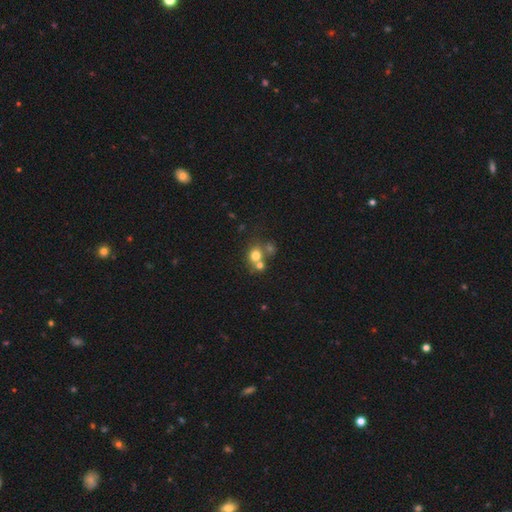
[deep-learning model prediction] smooth_or_featured: smooth (p=0.71) [alt: star or artifact p=0.15]
how_rounded: round (p=0.79) [alt: in between p=0.20]
merging: none (p=0.46) [alt: merger p=0.40]